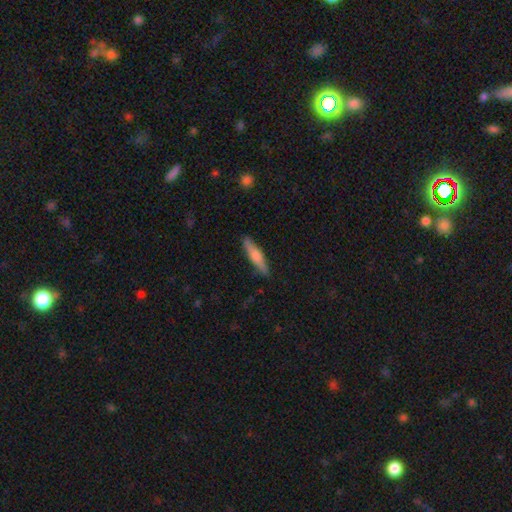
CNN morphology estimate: type=smooth (58%); roundness=cigar-shaped (85%); merging=none (88%).